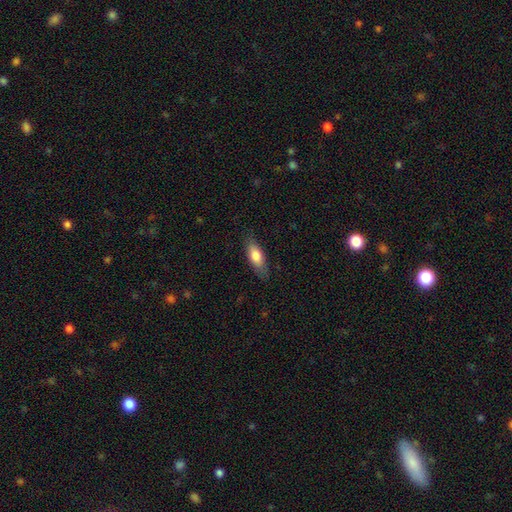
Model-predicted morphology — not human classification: Smooth or featured? Predicted: smooth (p=0.77). How rounded? Predicted: in between (p=0.71). Merging? Predicted: none (p=0.81).